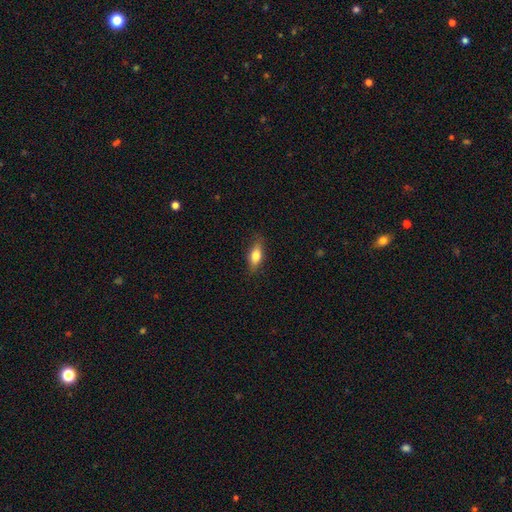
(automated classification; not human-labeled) This appears to be a smooth galaxy with no disk features (69%) that is in between round and cigar-shaped (66%). Merging: none (83%).